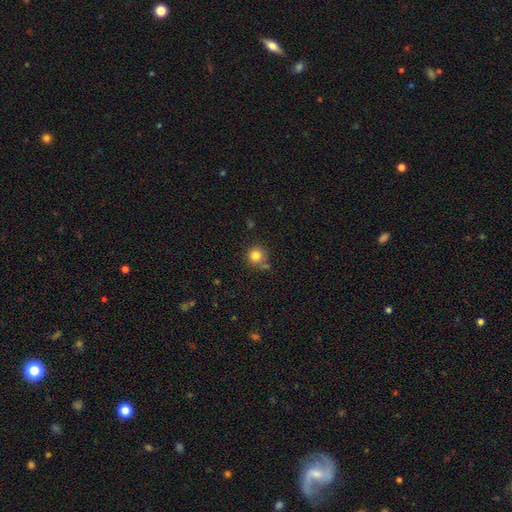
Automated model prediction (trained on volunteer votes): Smooth or featured? Predicted: smooth (p=0.82). How rounded? Predicted: round (p=0.93). Merging? Predicted: none (p=0.73).